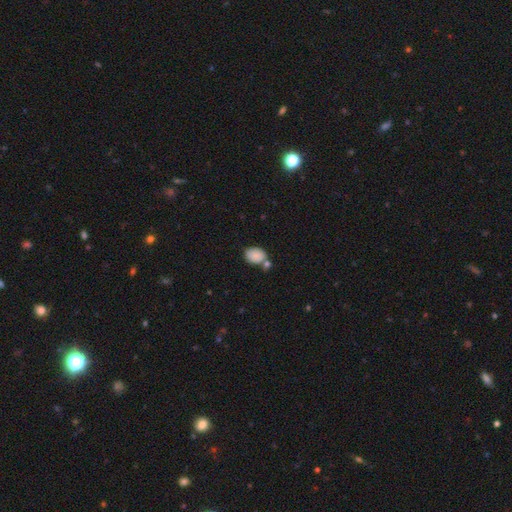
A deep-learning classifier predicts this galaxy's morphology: Overall: smooth (87%). How rounded: in between (69%; round 30%). Merging: none (56%; merger 24%).